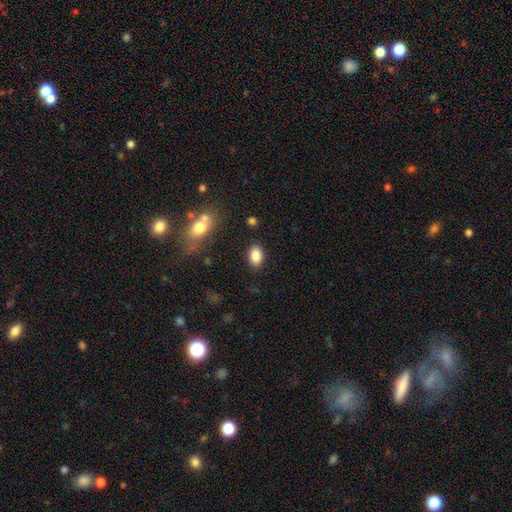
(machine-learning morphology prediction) This appears to be a smooth galaxy with no disk features (86%) that is in between round and cigar-shaped (87%). Merging: none (86%).